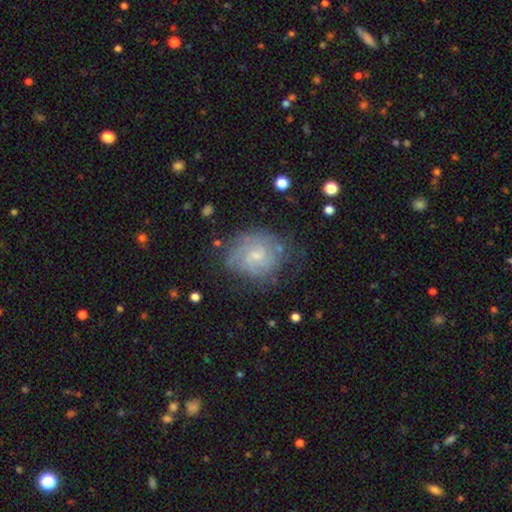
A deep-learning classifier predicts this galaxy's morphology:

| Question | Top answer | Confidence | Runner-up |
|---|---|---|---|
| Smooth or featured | featured or disk | 76% | smooth (17%) |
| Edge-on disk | no | 98% | yes (2%) |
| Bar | weak | 49% | no (44%) |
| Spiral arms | yes | 91% | no (9%) |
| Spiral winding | tight | 57% | medium (33%) |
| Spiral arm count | can't tell | 37% | 2 (32%) |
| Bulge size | small | 59% | moderate (28%) |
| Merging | none | 65% | minor disturbance (22%) |